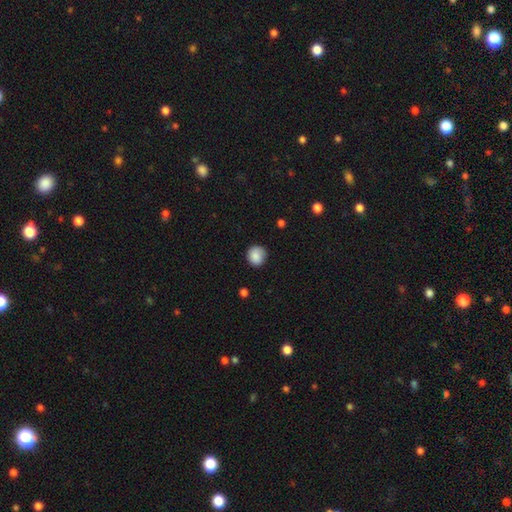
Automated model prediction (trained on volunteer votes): Q: Smooth or featured?
A: smooth (87%); runner-up: star or artifact (8%)
Q: How rounded?
A: round (86%); runner-up: in between (13%)
Q: Merging?
A: none (83%); runner-up: minor disturbance (13%)